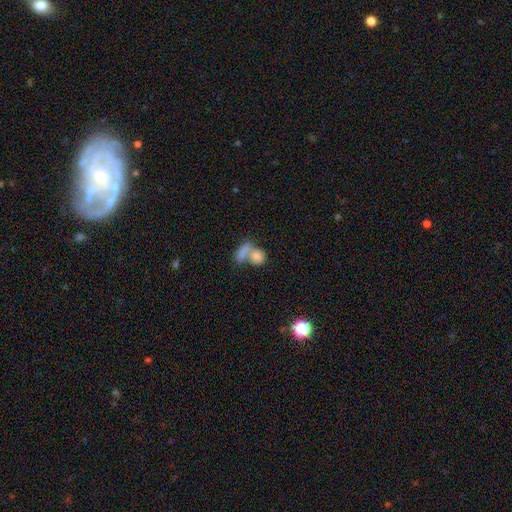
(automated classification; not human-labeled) Overall: smooth (77%). How rounded: round (48%; in between 47%). Merging: merger (55%; none 30%).